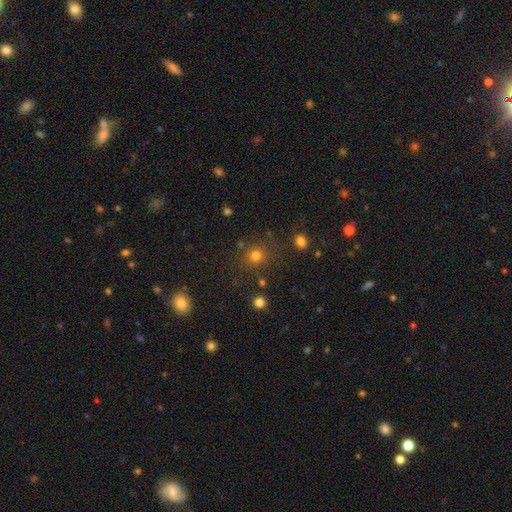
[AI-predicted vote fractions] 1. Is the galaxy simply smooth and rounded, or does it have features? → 77% smooth, 17% star or artifact, 6% featured or disk.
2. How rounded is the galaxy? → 87% round, 12% in between, 1% cigar-shaped.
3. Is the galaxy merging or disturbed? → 79% none, 10% minor disturbance, 6% merger, 5% major disturbance.